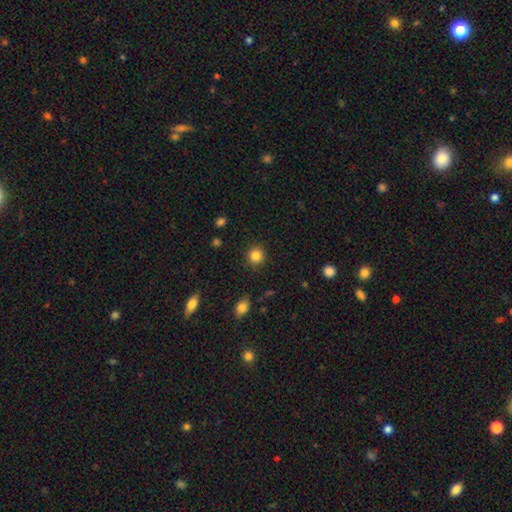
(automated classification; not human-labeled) smooth-or-featured: smooth: 85% | star or artifact: 11% | featured or disk: 5%
  how-rounded: round: 91% | in between: 8% | cigar-shaped: 1%
  merging: none: 90% | minor disturbance: 6% | major disturbance: 2% | merger: 1%